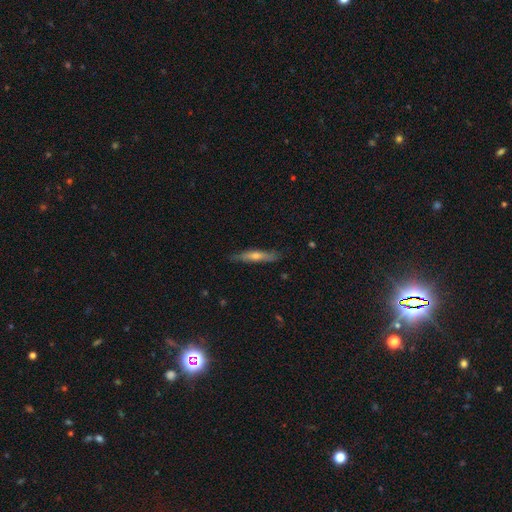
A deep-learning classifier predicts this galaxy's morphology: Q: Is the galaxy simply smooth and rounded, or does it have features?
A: featured or disk — 52%.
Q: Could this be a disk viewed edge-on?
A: yes — 87%.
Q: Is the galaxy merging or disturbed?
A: none — 84%.